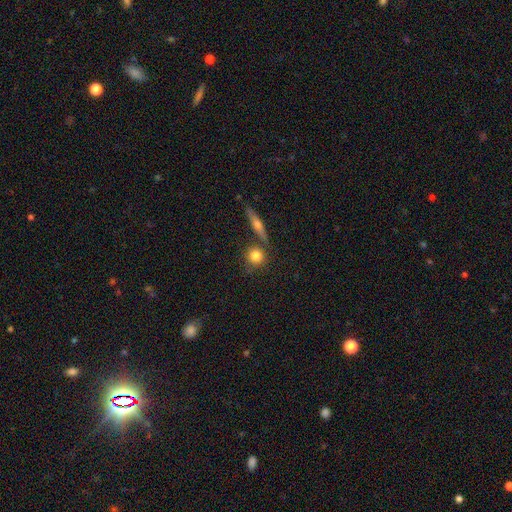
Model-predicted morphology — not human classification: smooth_or_featured: smooth (p=0.79) [alt: featured or disk p=0.12]
how_rounded: round (p=0.86) [alt: in between p=0.10]
merging: none (p=0.72) [alt: merger p=0.15]